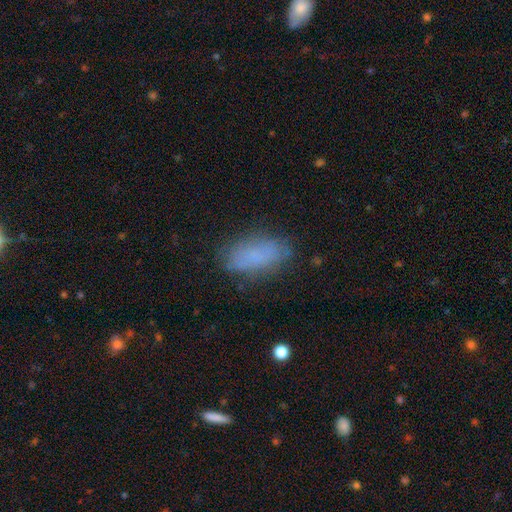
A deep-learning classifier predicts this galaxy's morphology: Smooth or featured: smooth — 77% (featured or disk — 14%)
How rounded: in between — 87% (cigar-shaped — 9%)
Merging: none — 75% (minor disturbance — 17%)